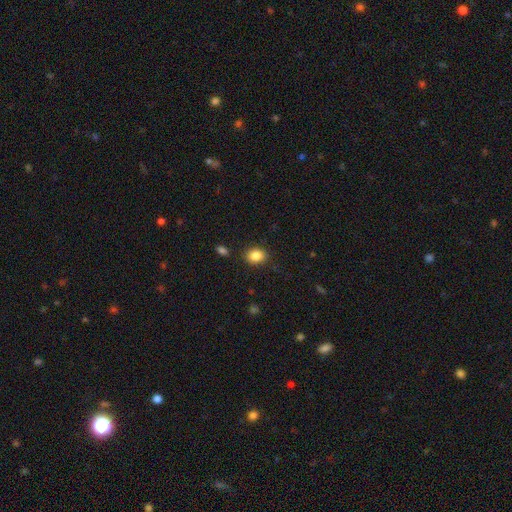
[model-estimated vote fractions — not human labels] This is clearly a smooth galaxy (87%). How rounded: likely in between (63%). Merging: clearly none (86%).